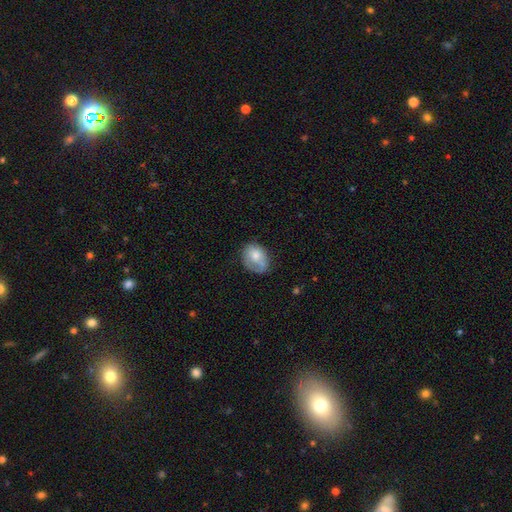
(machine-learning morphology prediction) A smooth galaxy with no disk features (65%) that is in between round and cigar-shaped (58%). Merging: none (48%).